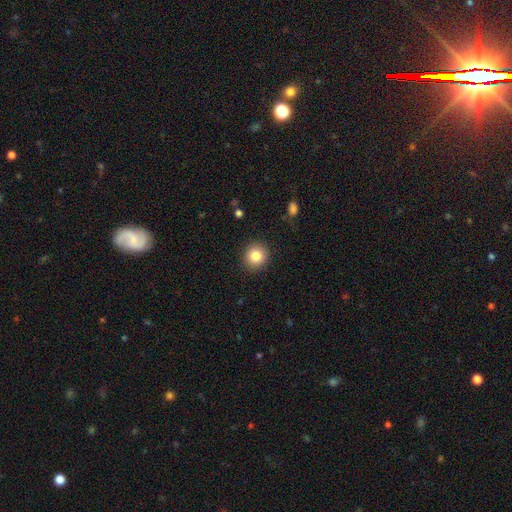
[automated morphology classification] type=smooth (83%); roundness=round (90%); merging=none (90%).